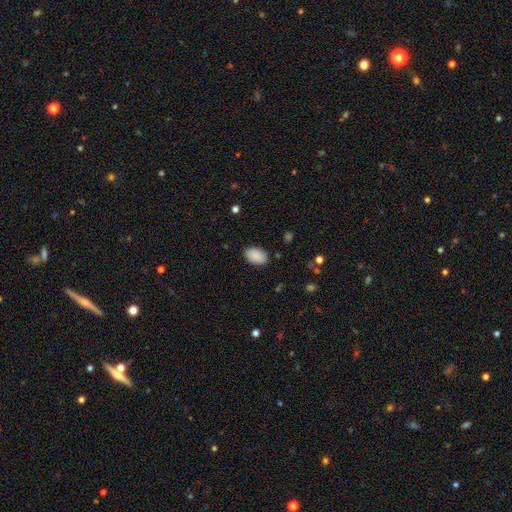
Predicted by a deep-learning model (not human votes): This is clearly a smooth galaxy (90%). How rounded: clearly in between (91%). Merging: clearly none (87%).